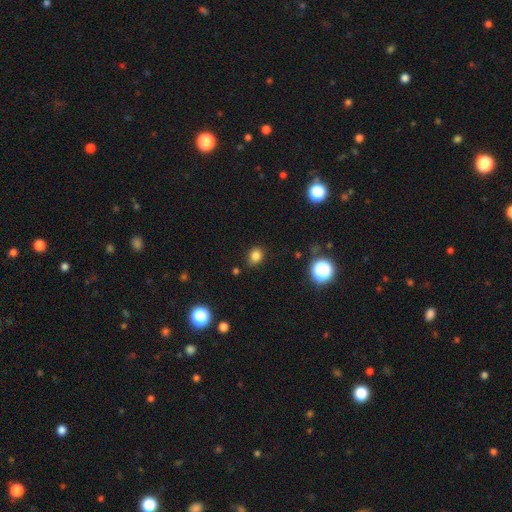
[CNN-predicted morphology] A smooth galaxy with no disk features (81%) that is round (55%).

Vote fractions:
- Smooth or featured? smooth: 81% / star or artifact: 15% / featured or disk: 5%
- How rounded? round: 55% / in between: 44% / cigar-shaped: 1%
- Merging? none: 83% / minor disturbance: 12% / major disturbance: 3% / merger: 2%